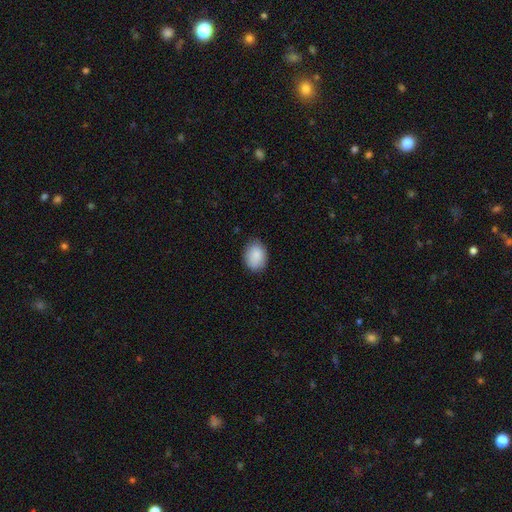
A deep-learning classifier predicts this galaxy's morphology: The model was most divided on "how rounded": in between: 68%, round: 31%, cigar-shaped: 1%. More confident: smooth or featured — smooth (87%); merging — none (83%).